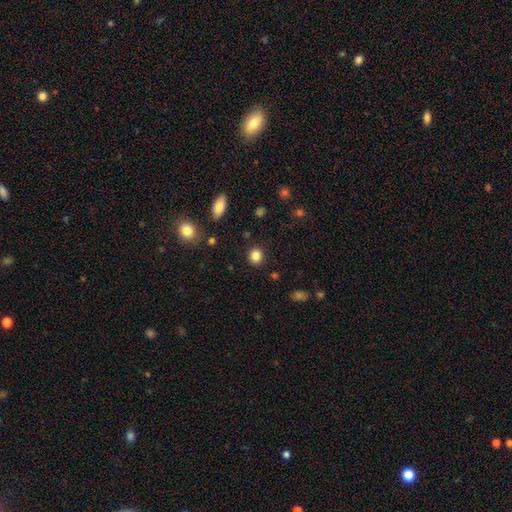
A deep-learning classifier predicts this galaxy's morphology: Smooth or featured?
  - smooth: 85% *
  - star or artifact: 10%
  - featured or disk: 5%
How rounded?
  - round: 84% *
  - in between: 15%
  - cigar-shaped: 1%
Merging?
  - none: 90% *
  - minor disturbance: 6%
  - major disturbance: 2%
  - merger: 2%